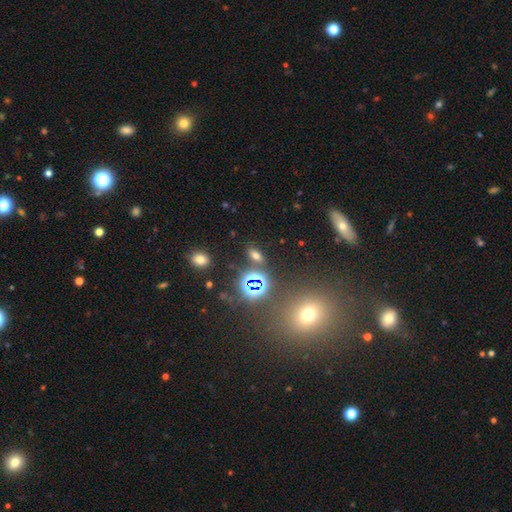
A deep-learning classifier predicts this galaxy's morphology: Q: Smooth or featured?
A: smooth (55%); runner-up: star or artifact (34%)
Q: How rounded?
A: in between (78%); runner-up: round (12%)
Q: Merging?
A: none (79%); runner-up: minor disturbance (10%)